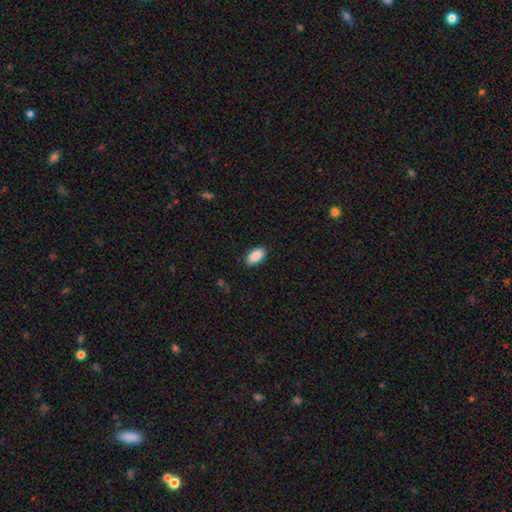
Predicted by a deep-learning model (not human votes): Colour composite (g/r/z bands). It shows a smooth galaxy with no disk features (90%) that is in between round and cigar-shaped (94%). Merging: none (88%).